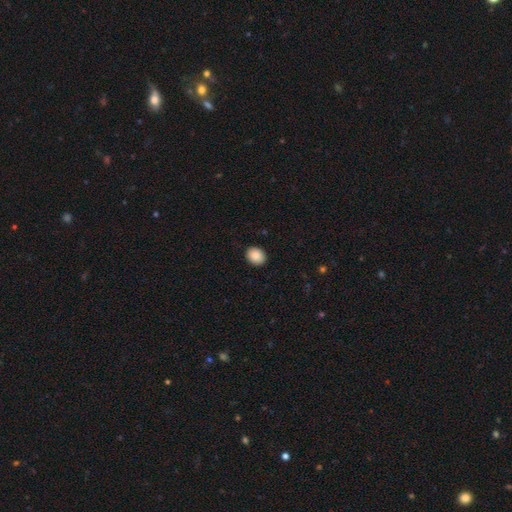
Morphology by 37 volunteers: type=smooth (92%); roundness=in between (59%); merging=none (81%).